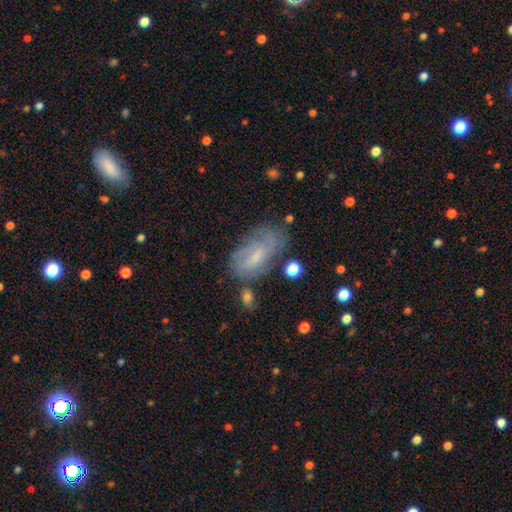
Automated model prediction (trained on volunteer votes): featured or disk 55%, smooth 35%, star or artifact 10%. Down the decision tree: edge-on disk — no (92%); bar — weak (47%); spiral arms — yes (75%); bulge size — small (56%); merging — none (55%).